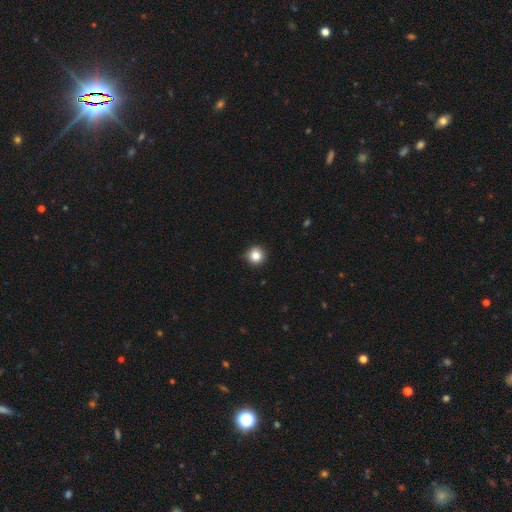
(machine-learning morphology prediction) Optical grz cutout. It shows a smooth galaxy with no disk features (84%) that is round (95%). Merging: none (90%).